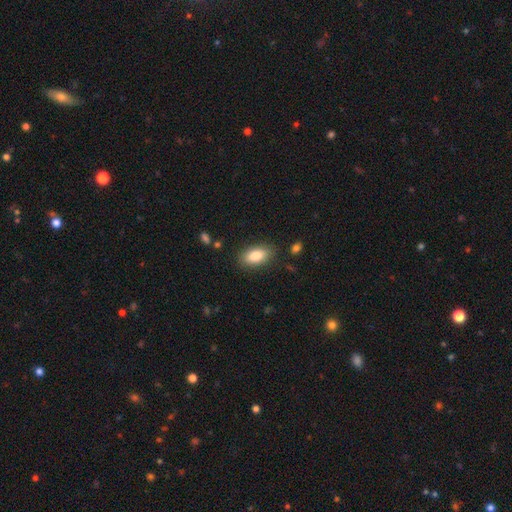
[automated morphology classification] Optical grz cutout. It shows a smooth galaxy with no disk features (84%) that is in between round and cigar-shaped (90%). Merging: none (85%).